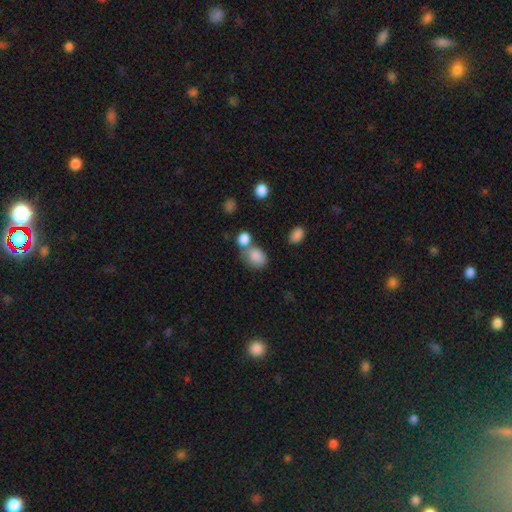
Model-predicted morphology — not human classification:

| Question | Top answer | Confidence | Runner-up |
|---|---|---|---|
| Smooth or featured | smooth | 85% | star or artifact (9%) |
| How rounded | in between | 51% | round (48%) |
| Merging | none | 44% | merger (38%) |